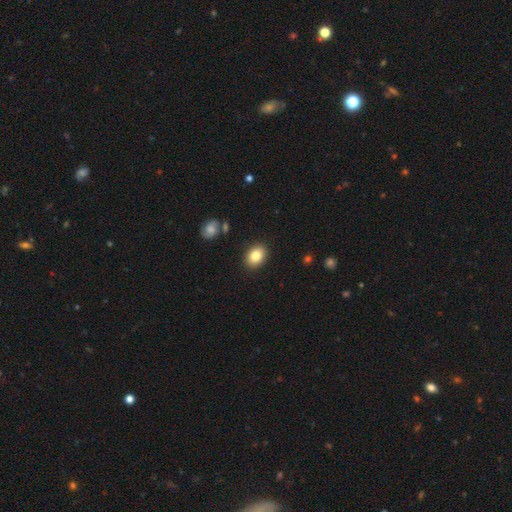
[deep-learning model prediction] A smooth galaxy with no disk features (83%) that is in between round and cigar-shaped (70%). Merging: none (88%).